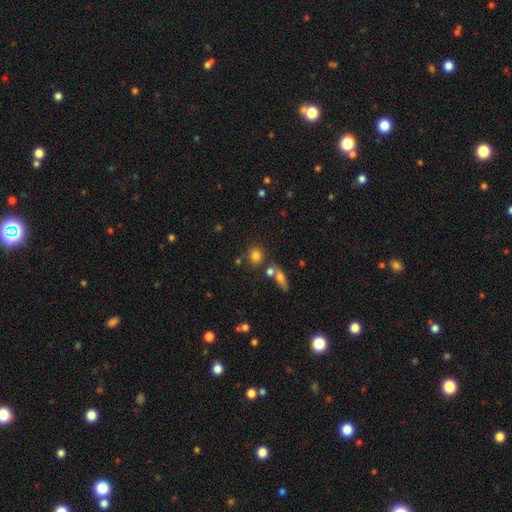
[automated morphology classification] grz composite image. It shows a smooth galaxy with no disk features (79%) that is round (73%). Merging: none (70%).